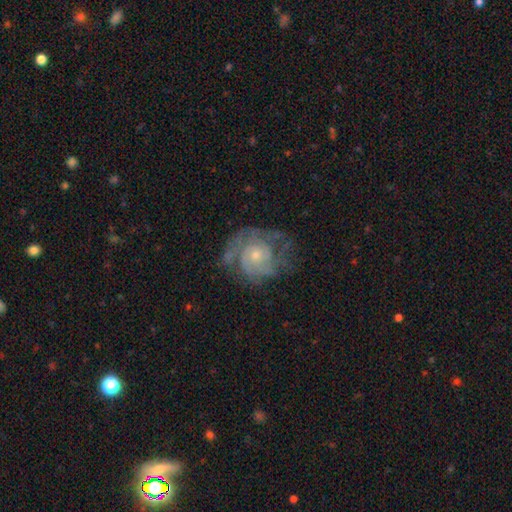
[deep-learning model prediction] featured or disk 78%, smooth 15%, star or artifact 7%. Down the decision tree: edge-on disk — no (98%); bar — no (81%); spiral arms — yes (86%); spiral arm count — can't tell (38%); spiral winding — tight (58%); bulge size — small (65%); merging — none (54%).